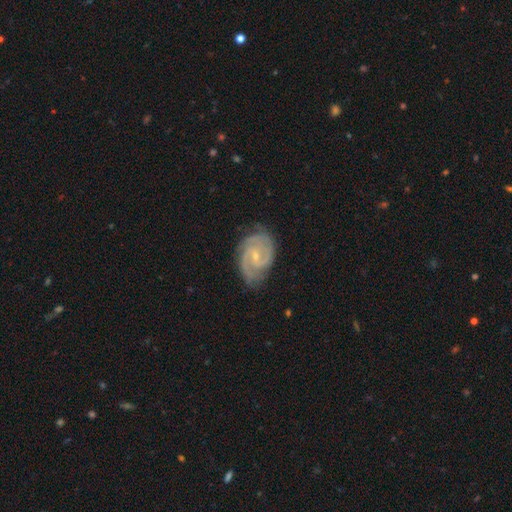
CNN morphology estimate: This appears to be a featured or disk galaxy (91%) with no bar (45%, tied with weak), 2 (66%) tight (52%) spiral arms (98%) and a small central bulge (75%). Merging: none (76%).